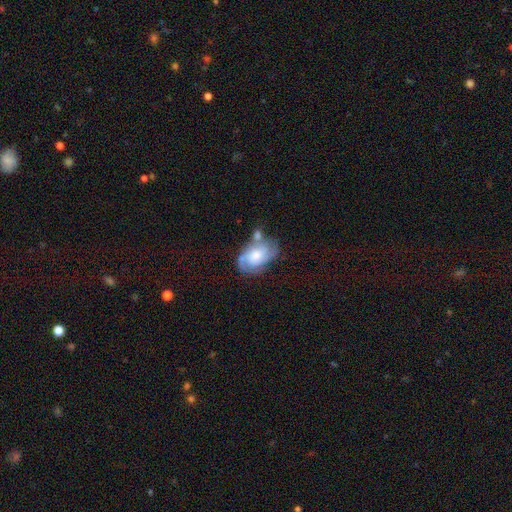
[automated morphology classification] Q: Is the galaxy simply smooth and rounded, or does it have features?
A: featured or disk — 66%.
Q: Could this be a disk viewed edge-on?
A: no — 97%.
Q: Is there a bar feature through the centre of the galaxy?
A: no — 71%.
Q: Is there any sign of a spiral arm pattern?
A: yes — 88%.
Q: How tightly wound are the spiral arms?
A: tight — 47%.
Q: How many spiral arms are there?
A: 2 — 40%.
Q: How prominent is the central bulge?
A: moderate — 47%.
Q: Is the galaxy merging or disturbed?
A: none — 46%.